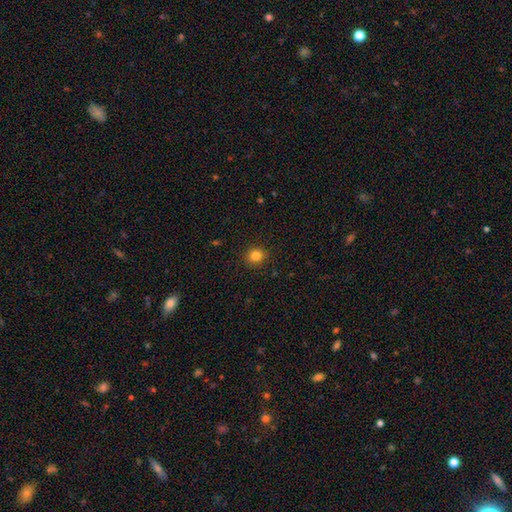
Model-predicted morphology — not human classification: smooth_or_featured: smooth (p=0.83) [alt: star or artifact p=0.13]
how_rounded: round (p=0.87) [alt: in between p=0.12]
merging: none (p=0.91) [alt: minor disturbance p=0.06]